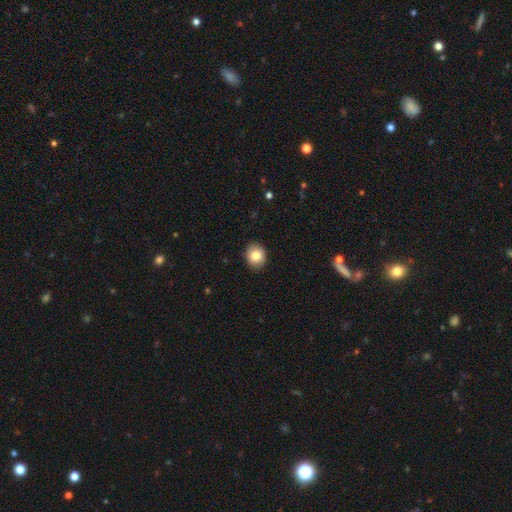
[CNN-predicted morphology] Smooth or featured?
  - smooth: 83% *
  - star or artifact: 9%
  - featured or disk: 8%
How rounded?
  - round: 66% *
  - in between: 33%
  - cigar-shaped: 1%
Merging?
  - none: 90% *
  - minor disturbance: 8%
  - major disturbance: 2%
  - merger: 1%